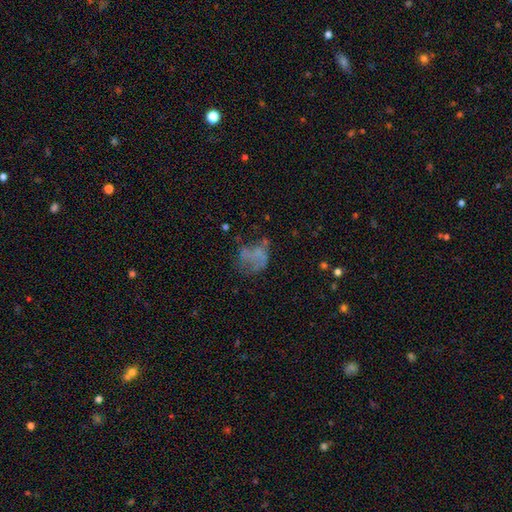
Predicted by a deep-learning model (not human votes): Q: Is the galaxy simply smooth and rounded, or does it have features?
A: featured or disk — 42%.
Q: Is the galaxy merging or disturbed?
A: major disturbance — 36%, tied with none.